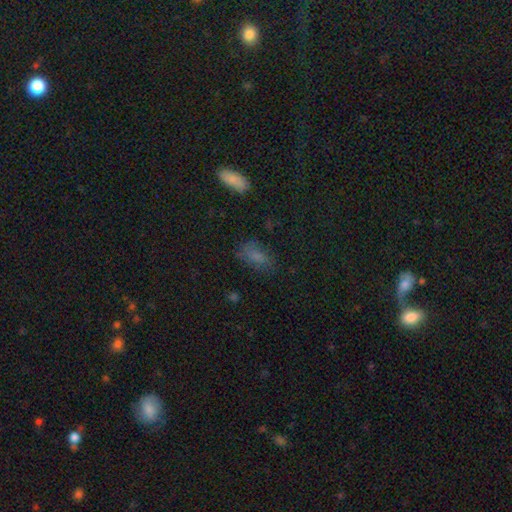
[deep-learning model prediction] smooth-or-featured: smooth: 73% | star or artifact: 16% | featured or disk: 12%
  how-rounded: in between: 87% | cigar-shaped: 7% | round: 6%
  merging: none: 68% | minor disturbance: 22% | major disturbance: 8% | merger: 3%